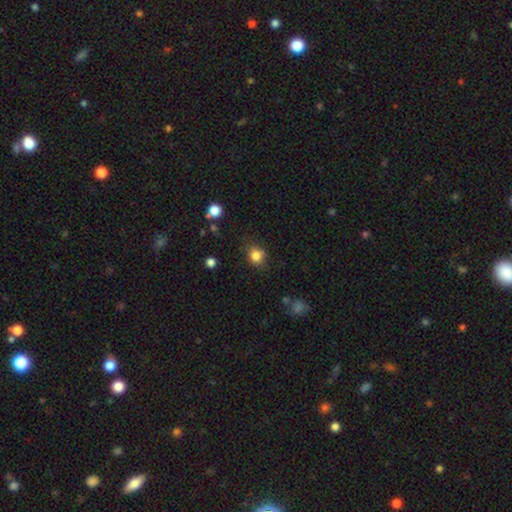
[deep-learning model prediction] This is clearly a smooth galaxy (82%). How rounded: likely round (68%). Merging: likely none (72%).